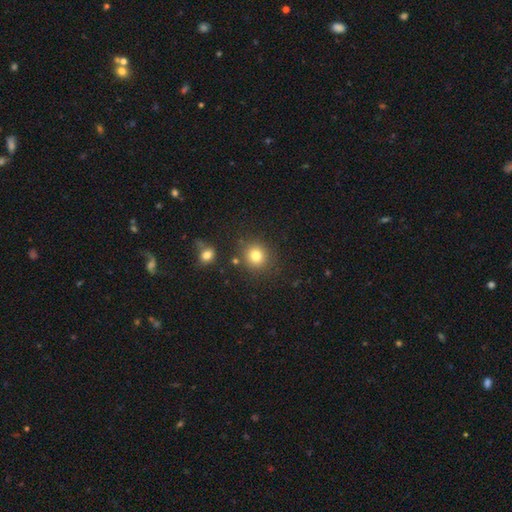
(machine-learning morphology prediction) smooth_or_featured: smooth (p=0.80) [alt: star or artifact p=0.13]
how_rounded: round (p=0.89) [alt: in between p=0.10]
merging: none (p=0.83) [alt: minor disturbance p=0.08]